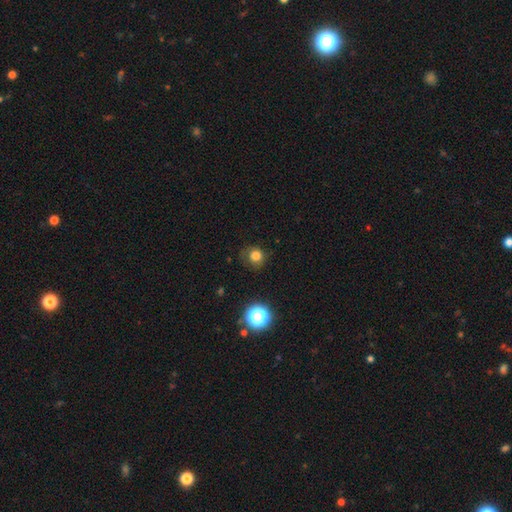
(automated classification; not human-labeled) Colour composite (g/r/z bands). It shows a smooth galaxy with no disk features (78%) that is round (87%). Merging: none (71%).